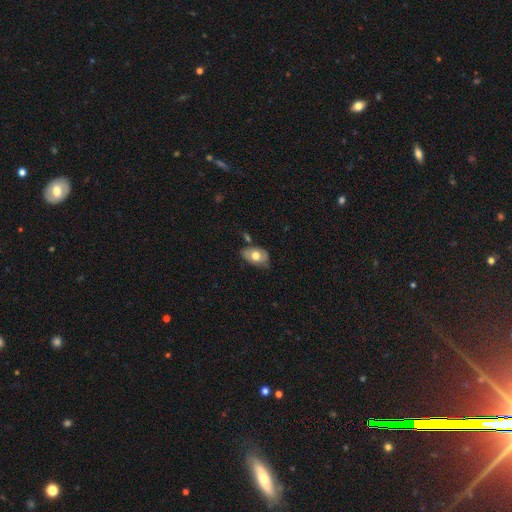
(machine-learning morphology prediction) type=smooth (63%); roundness=in between (88%); merging=none (59%).